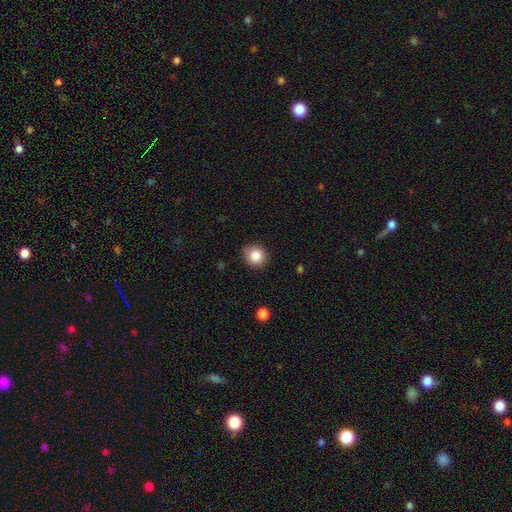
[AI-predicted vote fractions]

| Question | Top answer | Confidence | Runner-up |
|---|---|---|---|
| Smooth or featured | smooth | 86% | star or artifact (10%) |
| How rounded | round | 89% | in between (11%) |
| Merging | none | 79% | minor disturbance (16%) |